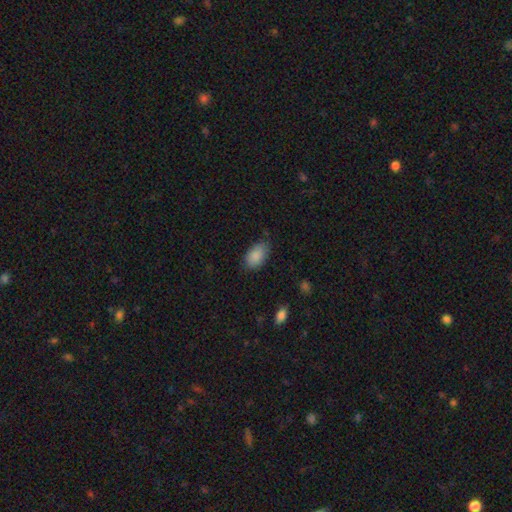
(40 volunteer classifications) This appears to be a smooth galaxy with no disk features (88%) that is in between round and cigar-shaped (94%). Merging: none (61%).